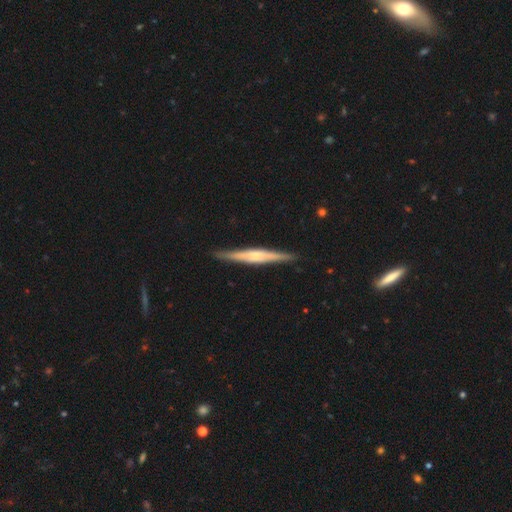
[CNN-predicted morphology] Smooth or featured?
  - featured or disk: 73% *
  - smooth: 22%
  - star or artifact: 5%
Edge-on disk?
  - yes: 97% *
  - no: 3%
Edge-on bulge?
  - rounded: 64% *
  - boxy: 21%
  - none: 15%
Merging?
  - none: 90% *
  - minor disturbance: 8%
  - major disturbance: 1%
  - merger: 1%